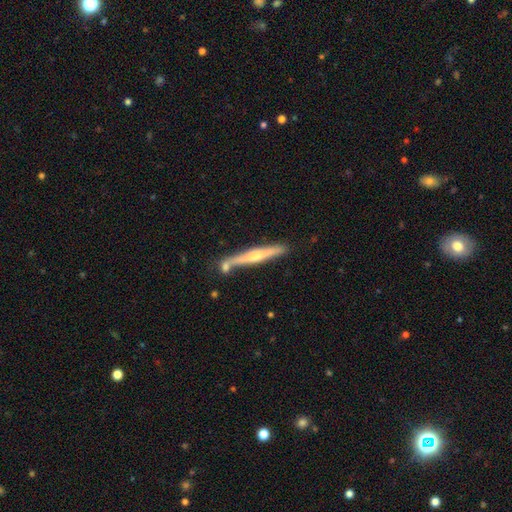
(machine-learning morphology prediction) featured or disk 62%, smooth 32%, star or artifact 6%. Down the decision tree: edge-on disk — yes (96%); edge-on bulge — rounded (70%); merging — none (71%).